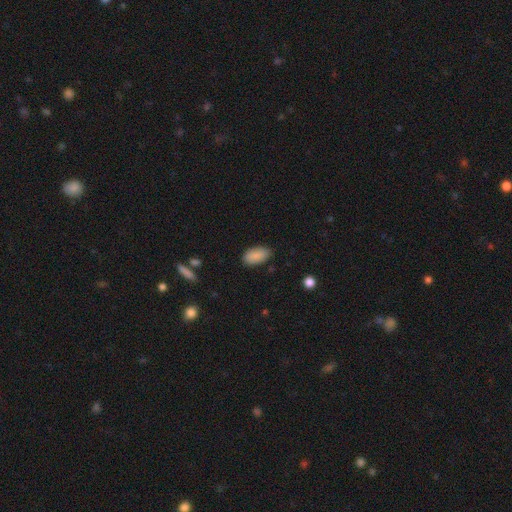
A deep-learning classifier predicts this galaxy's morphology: This is clearly a smooth galaxy (89%). How rounded: clearly in between (93%). Merging: clearly none (83%).